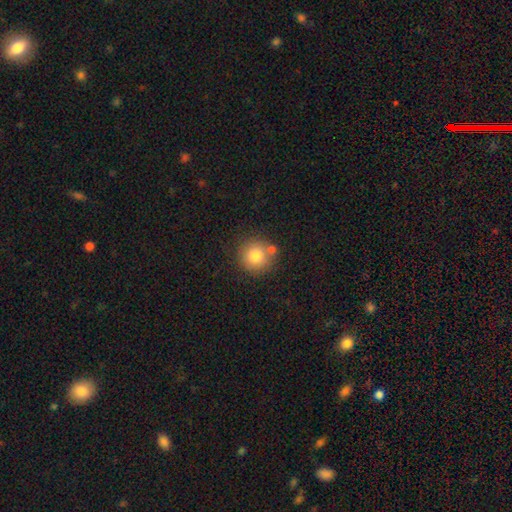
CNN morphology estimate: smooth_or_featured: smooth (p=0.79) [alt: star or artifact p=0.10]
how_rounded: round (p=0.94) [alt: in between p=0.05]
merging: none (p=0.75) [alt: merger p=0.13]